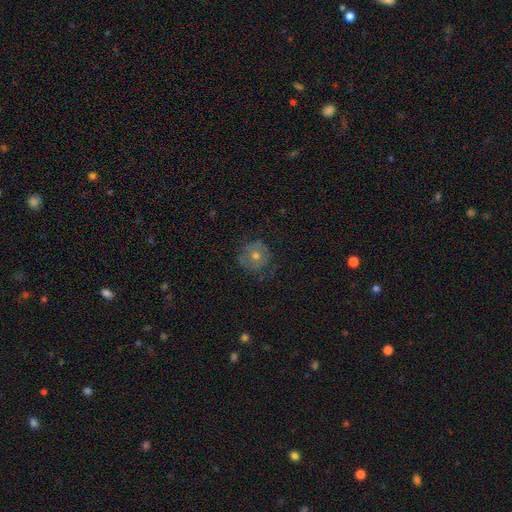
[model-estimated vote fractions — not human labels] Q: Smooth or featured?
A: featured or disk (48%); runner-up: smooth (39%)
Q: Merging?
A: none (75%); runner-up: minor disturbance (17%)